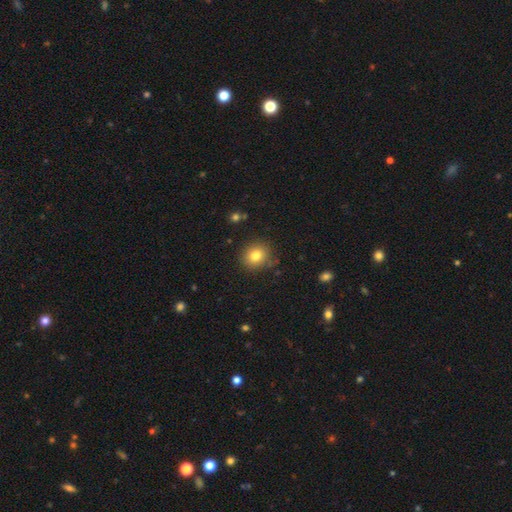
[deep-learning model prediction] Q: Smooth or featured?
A: smooth (80%); runner-up: star or artifact (12%)
Q: How rounded?
A: round (79%); runner-up: in between (20%)
Q: Merging?
A: none (85%); runner-up: minor disturbance (10%)